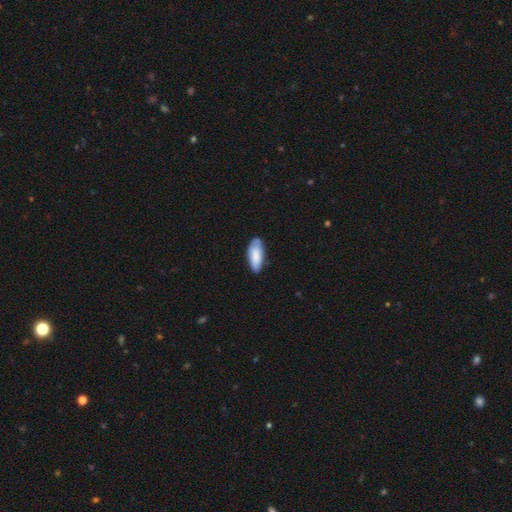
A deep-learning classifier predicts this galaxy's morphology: The model was most divided on "merging": none: 68%, minor disturbance: 25%, major disturbance: 4%, merger: 2%. More confident: how rounded — in between (80%); smooth or featured — smooth (80%).